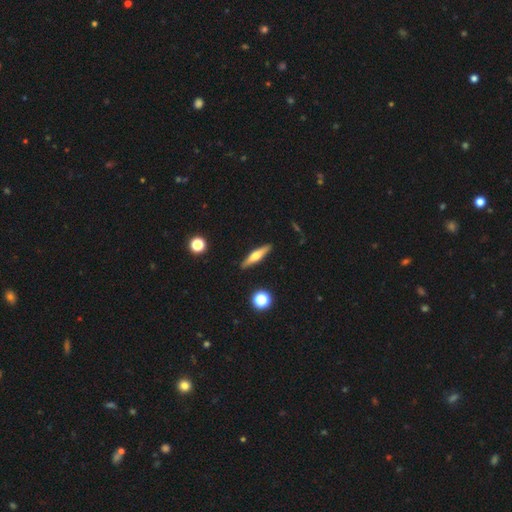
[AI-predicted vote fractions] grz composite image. It shows a featured or disk galaxy (54%) viewed edge-on (95%) with a rounded central bulge (89%). Merging: none (90%).